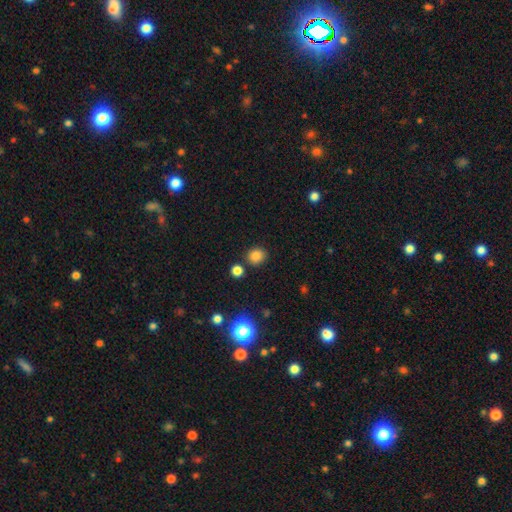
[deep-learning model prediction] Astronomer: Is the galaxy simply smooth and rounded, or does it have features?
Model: smooth — 82%.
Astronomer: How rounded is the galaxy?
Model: round — 76%.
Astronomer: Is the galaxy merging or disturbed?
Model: none — 82%.